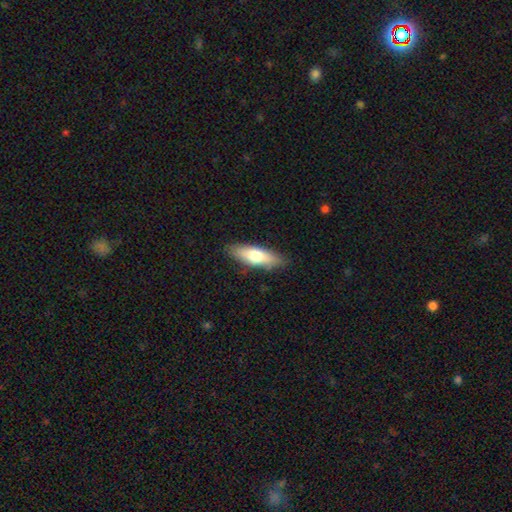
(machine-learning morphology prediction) smooth-or-featured: smooth: 69% | featured or disk: 25% | star or artifact: 6%
  how-rounded: in between: 53% | cigar-shaped: 45% | round: 2%
  merging: none: 84% | minor disturbance: 12% | major disturbance: 2% | merger: 1%